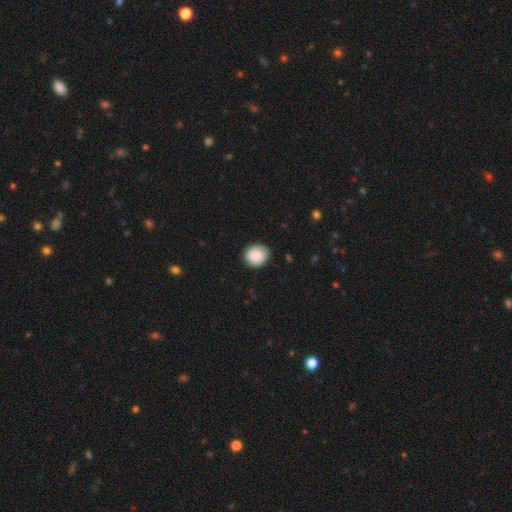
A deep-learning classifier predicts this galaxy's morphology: The model was most divided on "how rounded": round: 77%, in between: 22%, cigar-shaped: 1%. More confident: smooth or featured — smooth (87%); merging — none (83%).